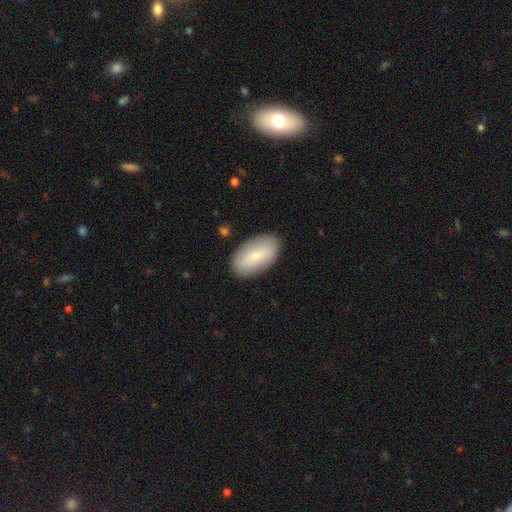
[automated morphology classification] Overall: smooth (73%). How rounded: in between (94%). Merging: none (87%).